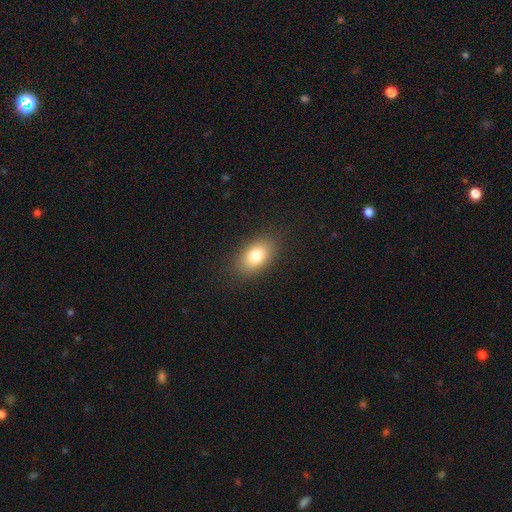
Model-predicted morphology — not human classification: A smooth galaxy with no disk features (80%) that is in between round and cigar-shaped (88%).

Vote fractions:
- Smooth or featured? smooth: 80% / featured or disk: 11% / star or artifact: 9%
- How rounded? in between: 88% / round: 11% / cigar-shaped: 2%
- Merging? none: 86% / minor disturbance: 10% / major disturbance: 3% / merger: 1%